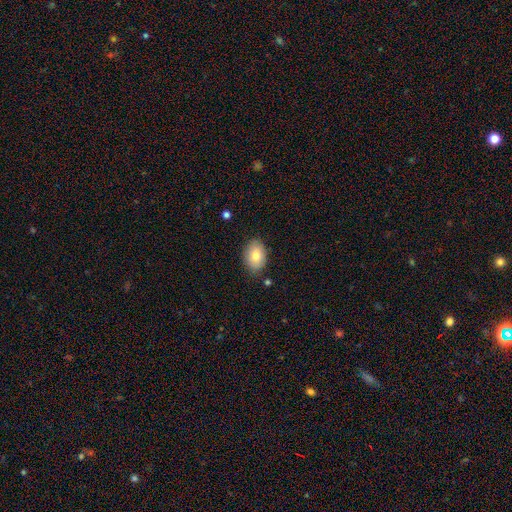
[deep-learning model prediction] Smooth or featured: smooth — 80% (featured or disk — 13%)
How rounded: in between — 84% (round — 15%)
Merging: none — 82% (minor disturbance — 14%)